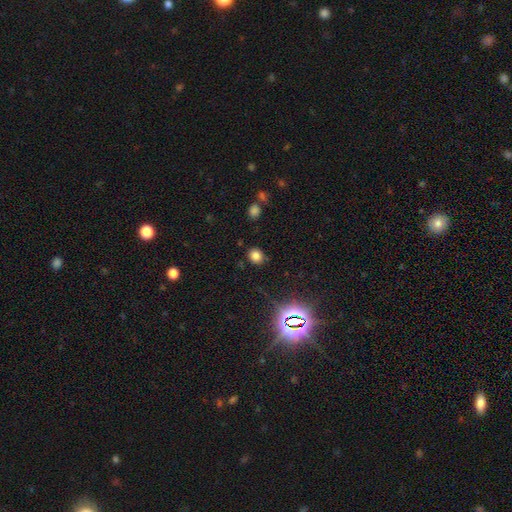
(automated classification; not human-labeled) Smooth or featured: smooth — 75% (star or artifact — 18%)
How rounded: round — 73% (in between — 26%)
Merging: none — 84% (minor disturbance — 10%)